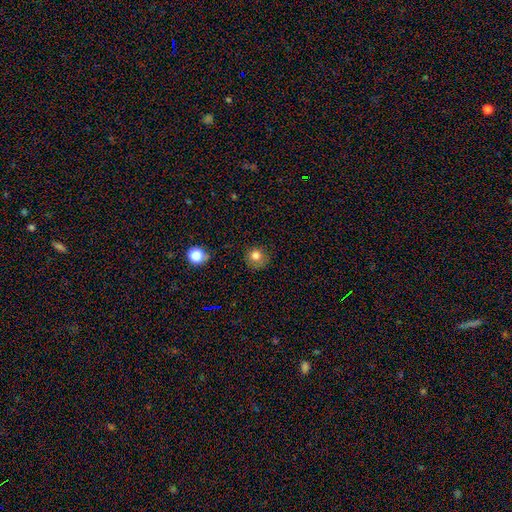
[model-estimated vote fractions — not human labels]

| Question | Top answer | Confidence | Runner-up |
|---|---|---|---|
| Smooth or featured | smooth | 79% | star or artifact (13%) |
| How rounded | round | 90% | in between (9%) |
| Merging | none | 78% | minor disturbance (16%) |